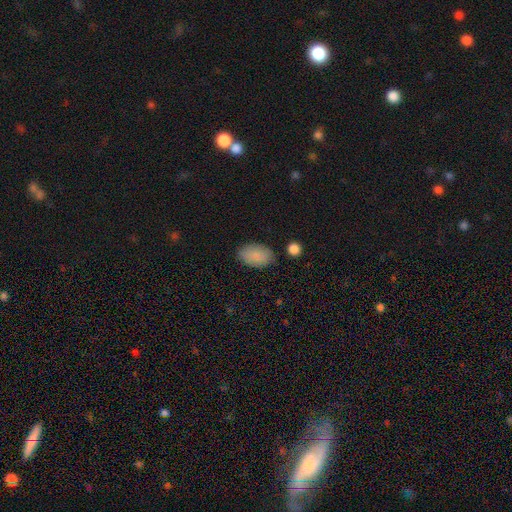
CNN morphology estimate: Smooth or featured?
  - smooth: 88% *
  - star or artifact: 6%
  - featured or disk: 6%
How rounded?
  - in between: 93% *
  - round: 5%
  - cigar-shaped: 1%
Merging?
  - none: 80% *
  - minor disturbance: 14%
  - major disturbance: 3%
  - merger: 3%